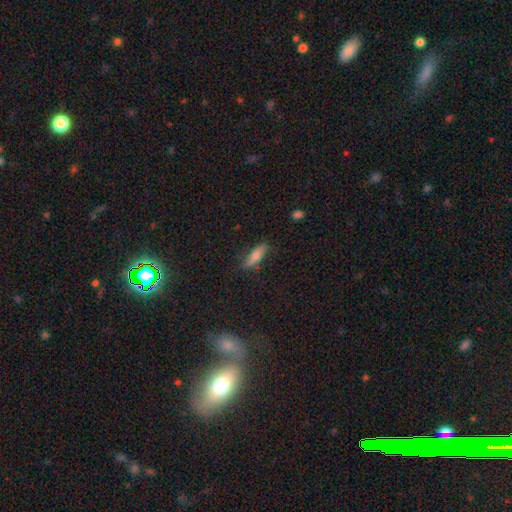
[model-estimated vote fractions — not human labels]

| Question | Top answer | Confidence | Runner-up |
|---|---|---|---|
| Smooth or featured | smooth | 62% | featured or disk (31%) |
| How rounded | cigar-shaped | 52% | in between (45%) |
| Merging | none | 77% | minor disturbance (17%) |